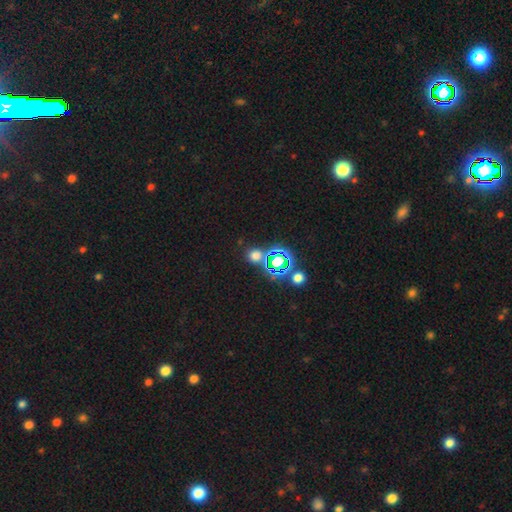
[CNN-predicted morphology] Q: Smooth or featured?
A: smooth (57%); runner-up: star or artifact (37%)
Q: How rounded?
A: round (82%); runner-up: in between (16%)
Q: Merging?
A: none (77%); runner-up: merger (10%)